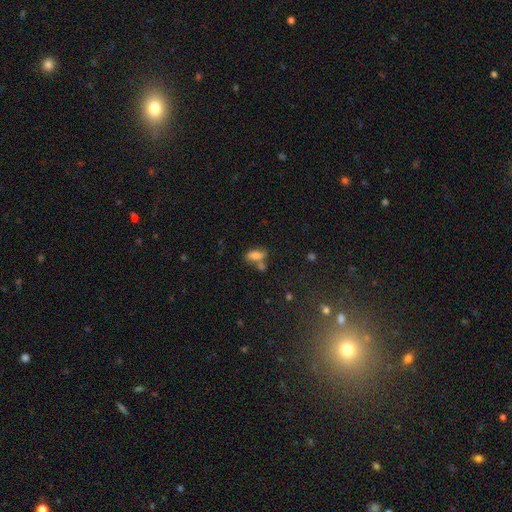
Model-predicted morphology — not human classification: This appears to be a smooth galaxy with no disk features (77%) that is in between round and cigar-shaped (83%). Merging: none (46%).